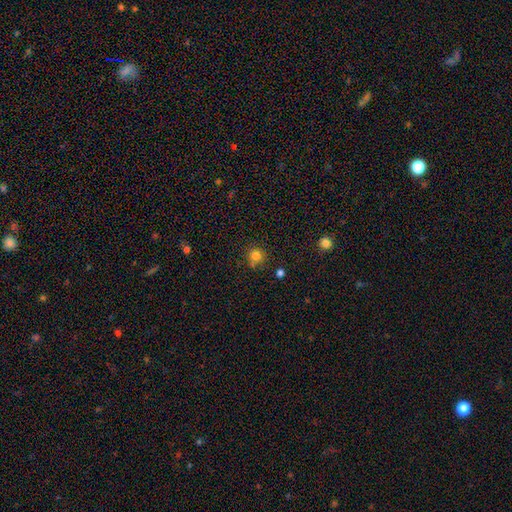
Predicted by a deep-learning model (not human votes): Overall: smooth (79%). How rounded: round (90%). Merging: none (75%).